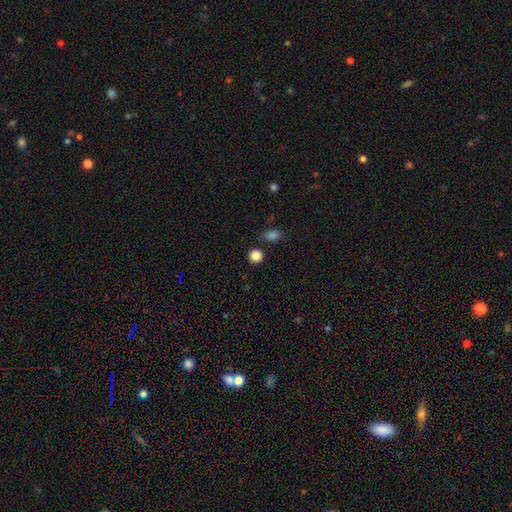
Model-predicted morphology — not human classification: type=smooth (85%); roundness=round (89%); merging=none (86%).